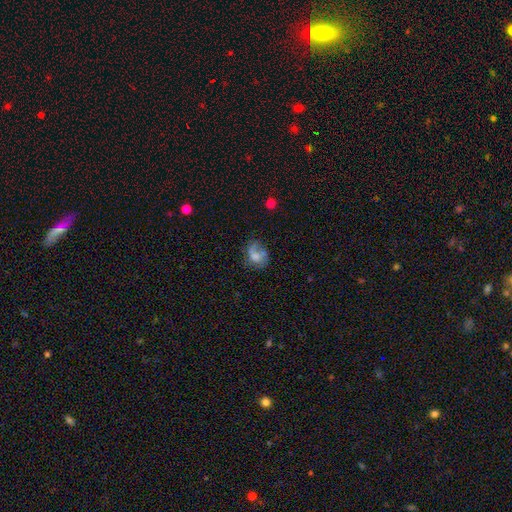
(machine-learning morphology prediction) smooth 54%, featured or disk 35%, star or artifact 11%. Down the decision tree: how rounded — in between (59%); merging — none (37%).